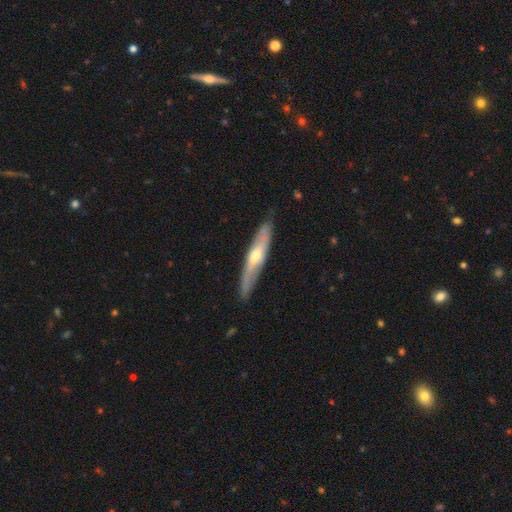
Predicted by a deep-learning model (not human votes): Q: Smooth or featured?
A: featured or disk (59%); runner-up: smooth (36%)
Q: Edge-on disk?
A: yes (68%); runner-up: no (32%)
Q: Merging?
A: none (82%); runner-up: minor disturbance (14%)